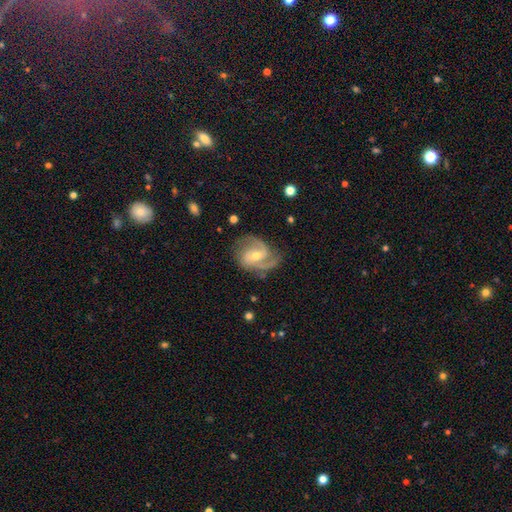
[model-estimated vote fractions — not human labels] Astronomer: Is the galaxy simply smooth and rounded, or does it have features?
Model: featured or disk — 89%.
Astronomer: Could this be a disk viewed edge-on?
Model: no — 98%.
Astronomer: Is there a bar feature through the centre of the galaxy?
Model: weak — 43% (runner-up: no, 41%).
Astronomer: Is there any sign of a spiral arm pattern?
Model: yes — 97%.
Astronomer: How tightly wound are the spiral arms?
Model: medium — 54%.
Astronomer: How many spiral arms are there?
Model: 2 — 66%.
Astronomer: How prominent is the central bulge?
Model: moderate — 52% (runner-up: small, 45%).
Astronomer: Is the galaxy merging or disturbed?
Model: none — 70%.